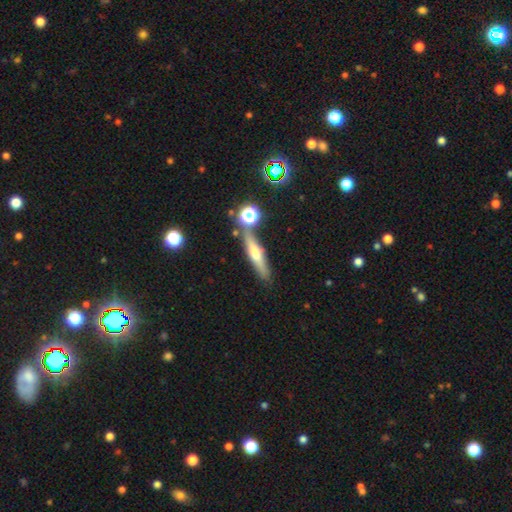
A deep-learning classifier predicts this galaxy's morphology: smooth 44% (tied), featured or disk 44% (tied), star or artifact 12%. Down the decision tree: merging — none (74%).